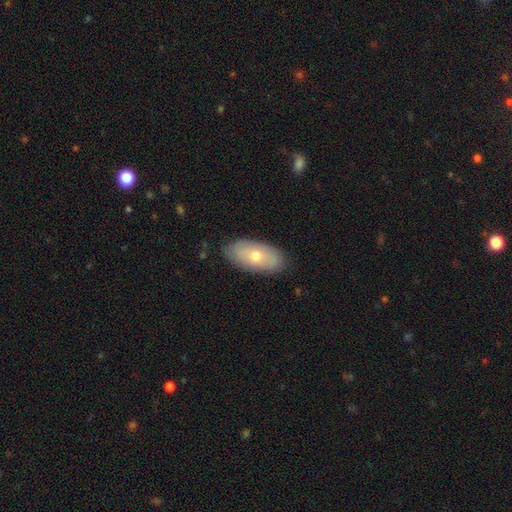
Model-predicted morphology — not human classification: Smooth or featured? Predicted: smooth (p=0.64). How rounded? Predicted: in between (p=0.92). Merging? Predicted: none (p=0.85).